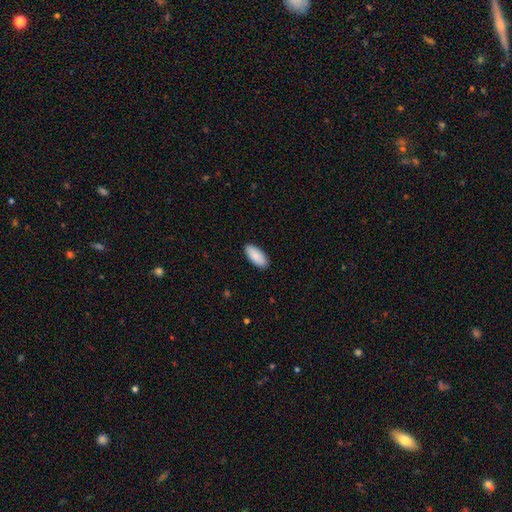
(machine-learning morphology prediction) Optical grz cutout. It shows a smooth galaxy with no disk features (89%) that is in between round and cigar-shaped (88%). Merging: none (90%).